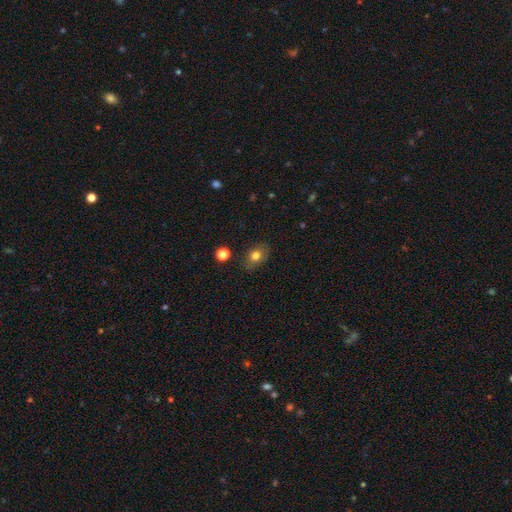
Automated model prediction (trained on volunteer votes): Morphology: type=smooth (76%); roundness=in between (68%); merging=none (80%).